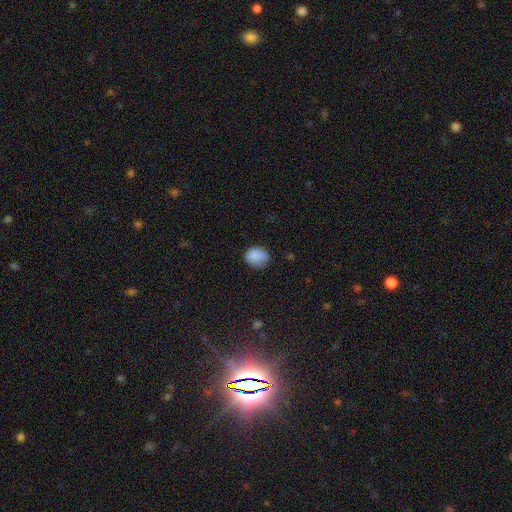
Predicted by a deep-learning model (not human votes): smooth 86%, star or artifact 9%, featured or disk 6%. Down the decision tree: how rounded — in between (51%); merging — none (67%).